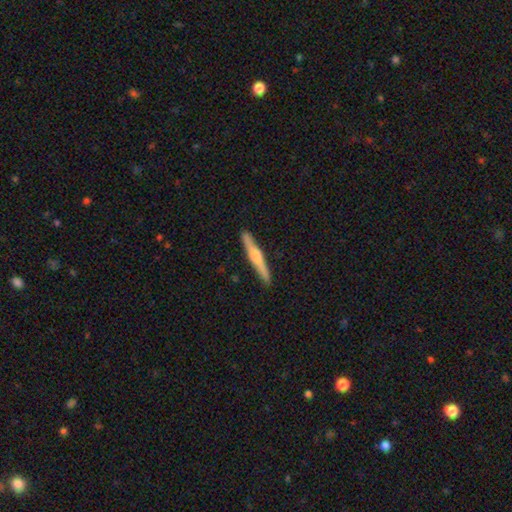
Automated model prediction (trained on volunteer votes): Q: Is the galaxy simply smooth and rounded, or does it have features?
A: featured or disk — 62%.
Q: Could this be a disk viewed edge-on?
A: yes — 97%.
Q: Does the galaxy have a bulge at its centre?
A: rounded — 87%.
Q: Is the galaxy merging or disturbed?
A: none — 91%.